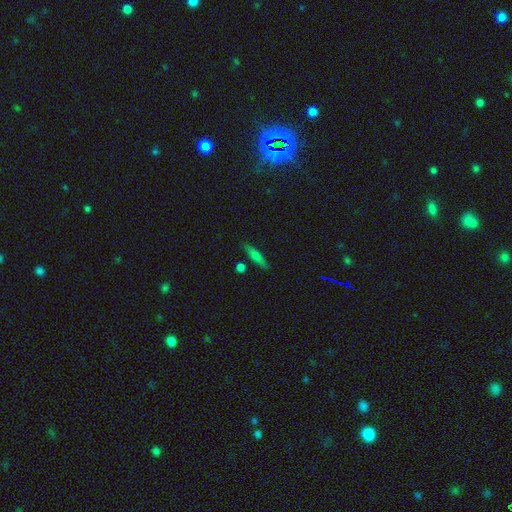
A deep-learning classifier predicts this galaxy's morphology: Smooth or featured? Predicted: smooth (p=0.63). How rounded? Predicted: cigar-shaped (p=0.81). Merging? Predicted: none (p=0.83).